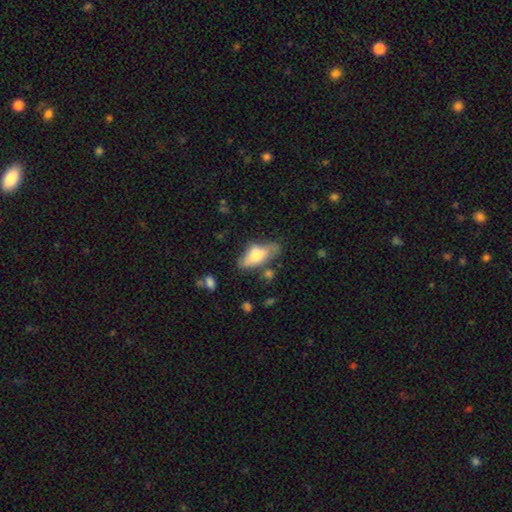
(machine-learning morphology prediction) A smooth galaxy with no disk features (65%) that is in between round and cigar-shaped (79%).

Vote fractions:
- Smooth or featured? smooth: 65% / featured or disk: 28% / star or artifact: 7%
- How rounded? in between: 79% / cigar-shaped: 18% / round: 3%
- Merging? none: 44% / minor disturbance: 33% / major disturbance: 15% / merger: 8%